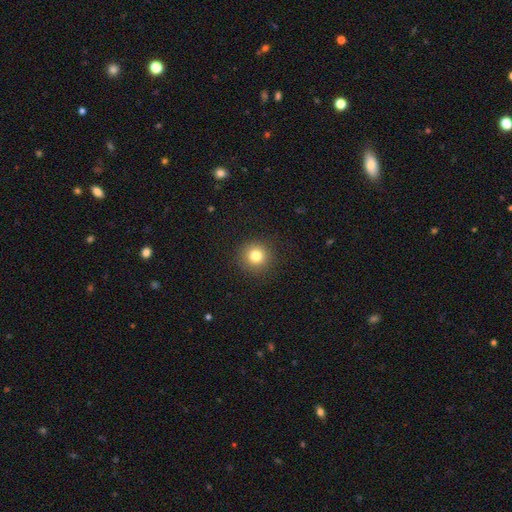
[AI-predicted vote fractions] Morphology: type=smooth (80%); roundness=round (94%); merging=none (91%).